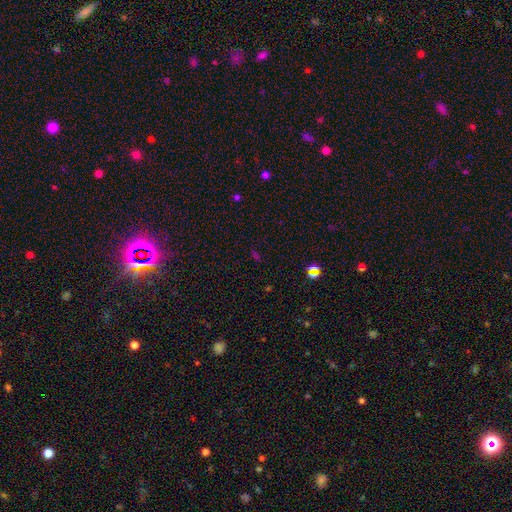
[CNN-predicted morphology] Smooth or featured: star or artifact — 59% (smooth — 32%)